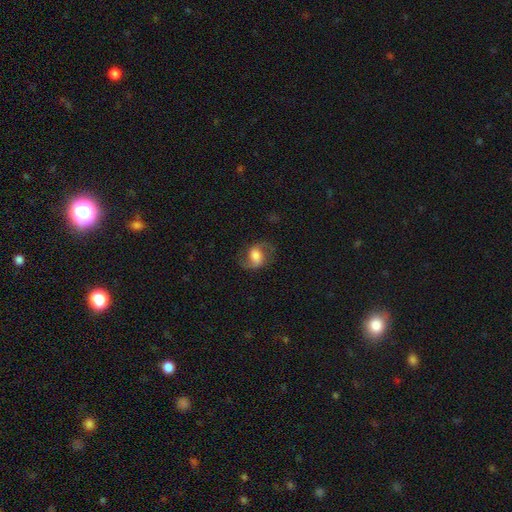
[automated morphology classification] A featured or disk galaxy (56%) with a weak bar (41%), spiral arms (88%) and a large central bulge (39%).

Vote fractions:
- Smooth or featured? featured or disk: 56% / smooth: 35% / star or artifact: 9%
- Edge-on disk? no: 96% / yes: 4%
- Bar? weak: 41% / no: 40% / strong: 18%
- Spiral arms? yes: 88% / no: 12%
- Bulge size? large: 39% / moderate: 35% / small: 12% / dominant: 8% / none: 6%
- Merging? none: 70% / minor disturbance: 17% / major disturbance: 12% / merger: 1%